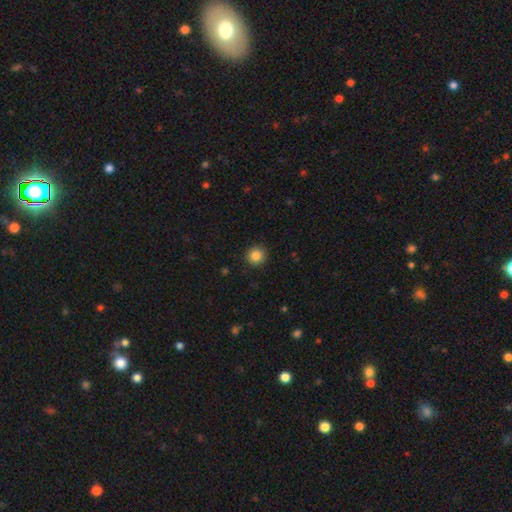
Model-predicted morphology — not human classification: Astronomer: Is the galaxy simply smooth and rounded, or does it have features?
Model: smooth — 86%.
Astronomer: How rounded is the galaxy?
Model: round — 93%.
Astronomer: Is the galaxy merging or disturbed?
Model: none — 92%.